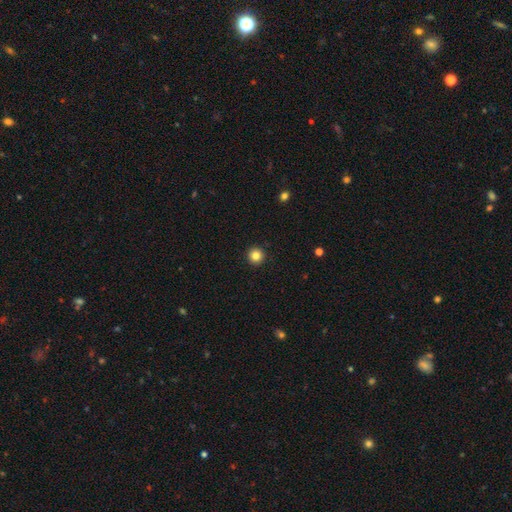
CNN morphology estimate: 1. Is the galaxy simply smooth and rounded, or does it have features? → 84% smooth, 11% star or artifact, 5% featured or disk.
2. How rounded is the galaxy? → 96% round, 3% in between, 1% cigar-shaped.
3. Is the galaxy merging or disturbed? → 93% none, 4% minor disturbance, 1% major disturbance, 1% merger.